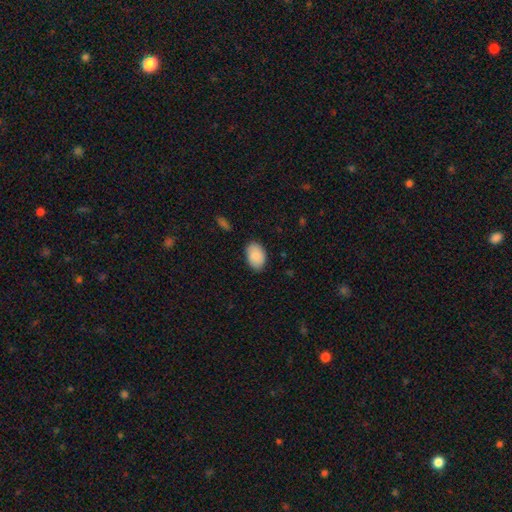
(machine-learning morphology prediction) Q: Smooth or featured?
A: smooth (89%); runner-up: star or artifact (6%)
Q: How rounded?
A: in between (87%); runner-up: round (12%)
Q: Merging?
A: none (82%); runner-up: minor disturbance (14%)